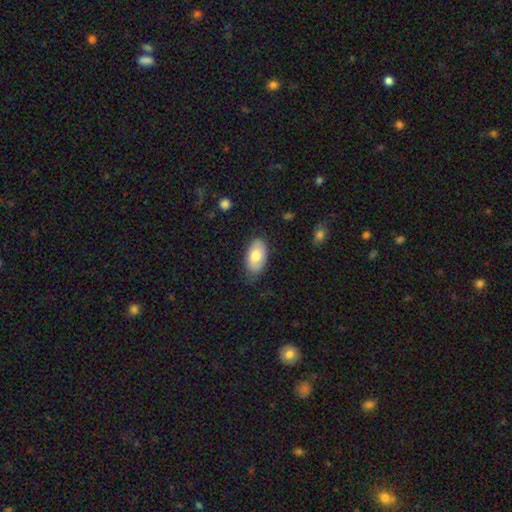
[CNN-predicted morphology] Overall: smooth (75%). How rounded: in between (94%). Merging: none (75%).